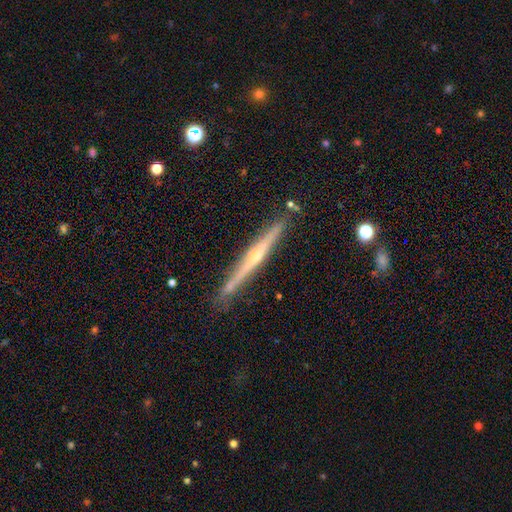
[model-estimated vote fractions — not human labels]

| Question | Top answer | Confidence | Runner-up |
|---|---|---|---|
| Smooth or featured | featured or disk | 77% | smooth (17%) |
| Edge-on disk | yes | 98% | no (2%) |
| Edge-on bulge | rounded | 73% | none (23%) |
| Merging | none | 85% | minor disturbance (11%) |